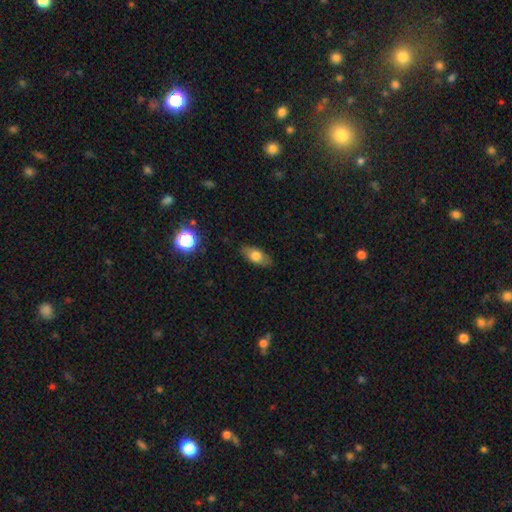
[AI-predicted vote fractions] This appears to be a smooth galaxy with no disk features (71%) that is in between round and cigar-shaped (85%). Merging: none (84%).